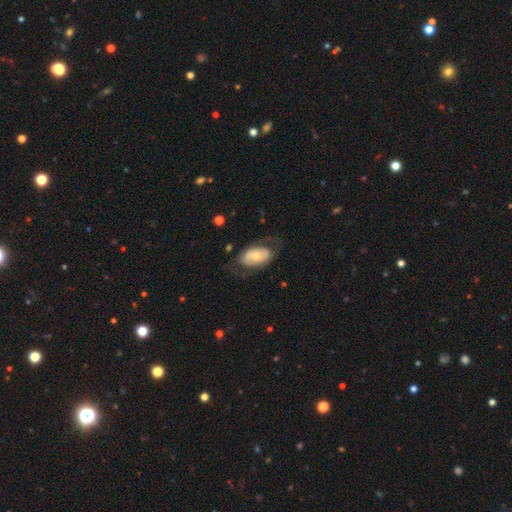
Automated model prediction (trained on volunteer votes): A featured or disk galaxy (48%). Merging: none (62%).